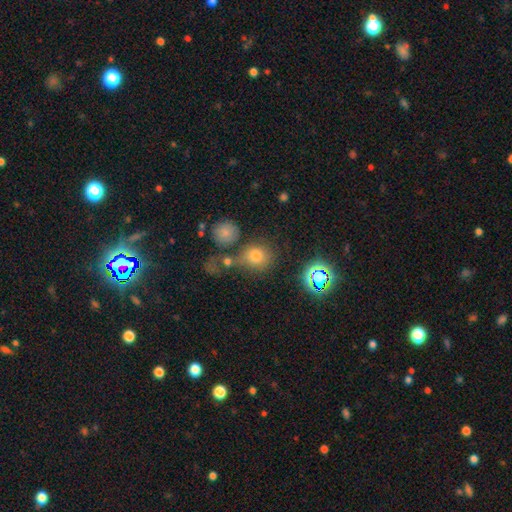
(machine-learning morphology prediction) The model was most divided on "merging": none: 58%, merger: 23%, minor disturbance: 12%, major disturbance: 7%. More confident: how rounded — round (79%); smooth or featured — smooth (69%).